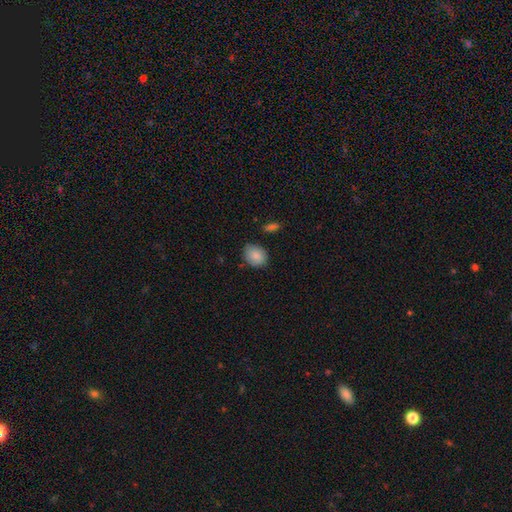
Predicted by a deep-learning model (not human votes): This is clearly a smooth galaxy (87%). How rounded: possibly round (56%). Merging: likely none (80%).